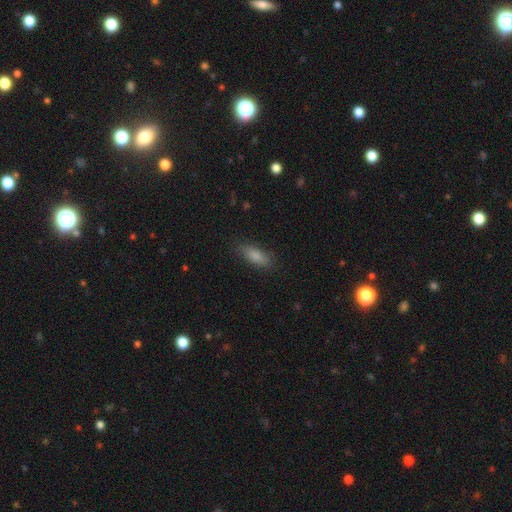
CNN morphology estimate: The model was most divided on "how rounded": in between: 73%, cigar-shaped: 25%, round: 2%. More confident: smooth or featured — smooth (86%); merging — none (83%).